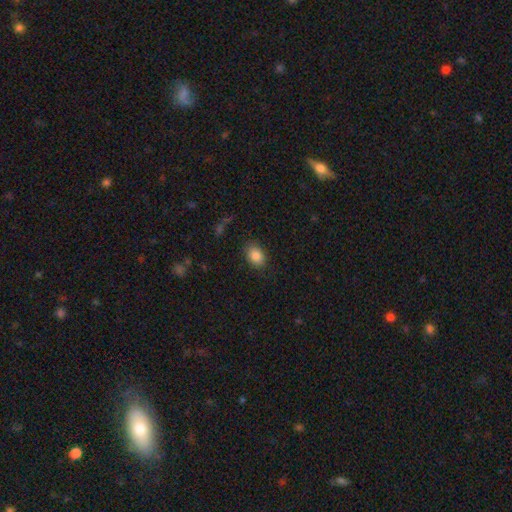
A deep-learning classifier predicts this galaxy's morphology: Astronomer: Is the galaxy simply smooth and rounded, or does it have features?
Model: smooth — 86%.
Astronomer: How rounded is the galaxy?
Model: in between — 73%.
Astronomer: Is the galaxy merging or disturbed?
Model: none — 84%.